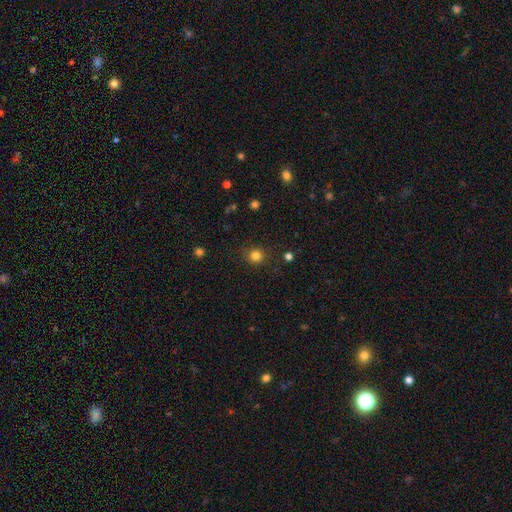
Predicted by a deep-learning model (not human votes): smooth-or-featured: smooth: 82% | star or artifact: 14% | featured or disk: 4%
  how-rounded: round: 94% | in between: 5% | cigar-shaped: 1%
  merging: none: 89% | minor disturbance: 7% | major disturbance: 3% | merger: 1%